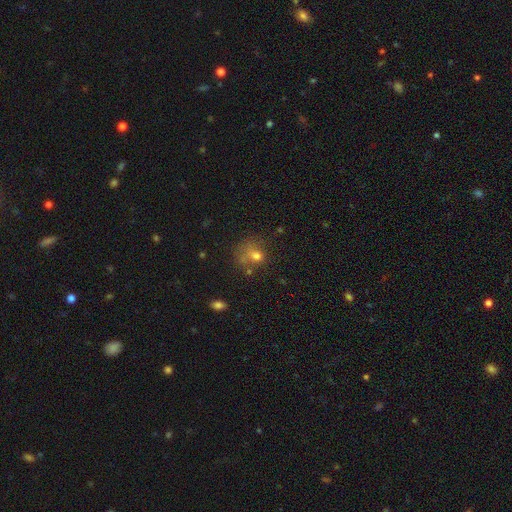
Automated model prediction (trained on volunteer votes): Smooth or featured? smooth (65%)
How rounded? round (61%)
Merging? none (41%)